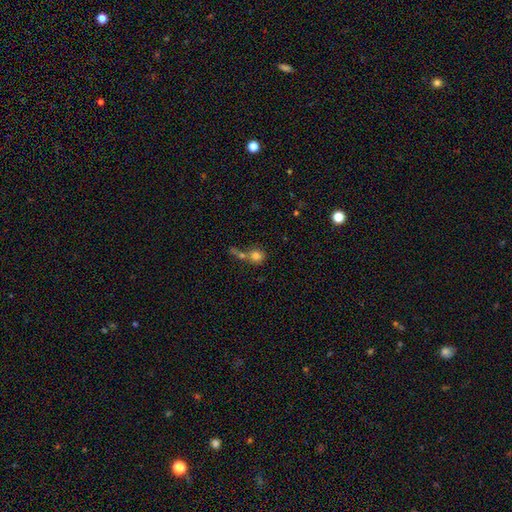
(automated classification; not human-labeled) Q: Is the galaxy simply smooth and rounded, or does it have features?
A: smooth — 77%.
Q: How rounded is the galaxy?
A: round — 78%.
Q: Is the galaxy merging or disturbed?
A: merger — 46%.